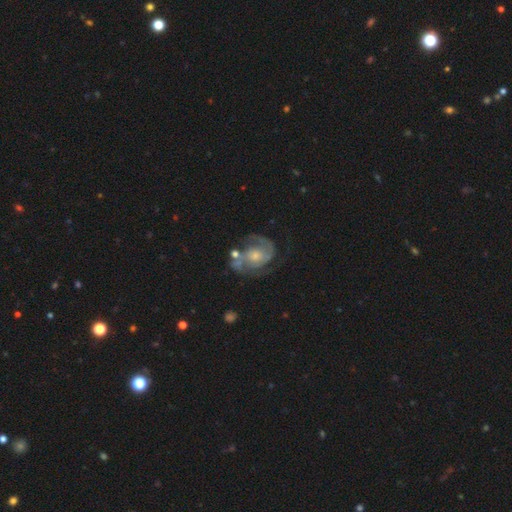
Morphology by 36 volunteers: This is clearly a featured or disk galaxy (94%). It is clearly not viewed edge-on (97%). Bar: likely no (64%). Spiral arm pattern: clearly yes (97%). Spiral arm count: clearly 2 (91%). Spiral winding: marginally tight (38%, tied with medium). Central bulge: possibly small (45%). Merging: likely none (67%).